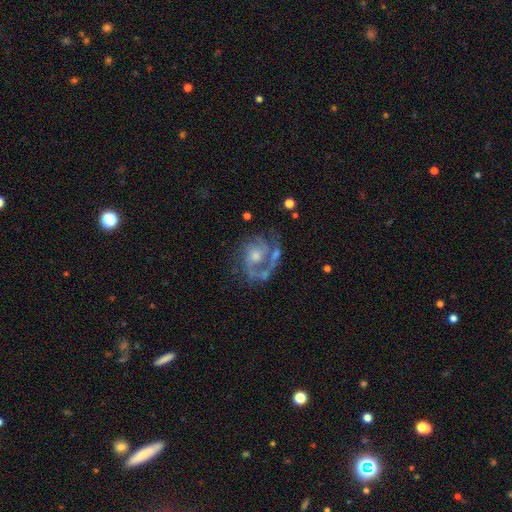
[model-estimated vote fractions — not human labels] Overall: featured or disk (85%). Edge-on disk: no (98%). Bar: no (65%; weak 29%). Spiral arms: yes (93%). Spiral arm count: 2 (45%; 1 34%). Spiral winding: medium (48%; tight 32%). Bulge size: moderate (44%; small 42%). Merging: none (56%; major disturbance 21%).